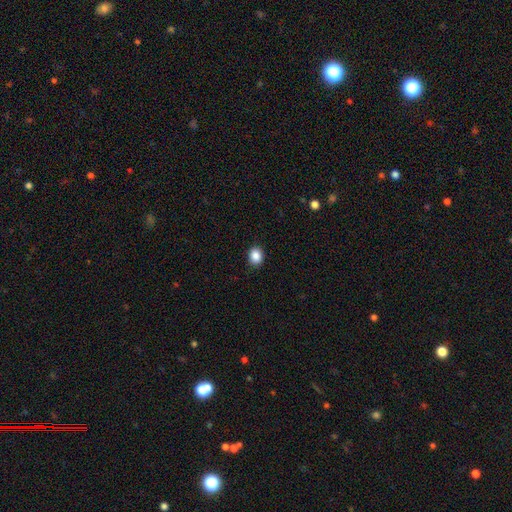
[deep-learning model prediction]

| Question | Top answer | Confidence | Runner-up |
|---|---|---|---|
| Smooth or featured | smooth | 88% | star or artifact (9%) |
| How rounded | round | 52% | in between (47%) |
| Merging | none | 90% | minor disturbance (7%) |